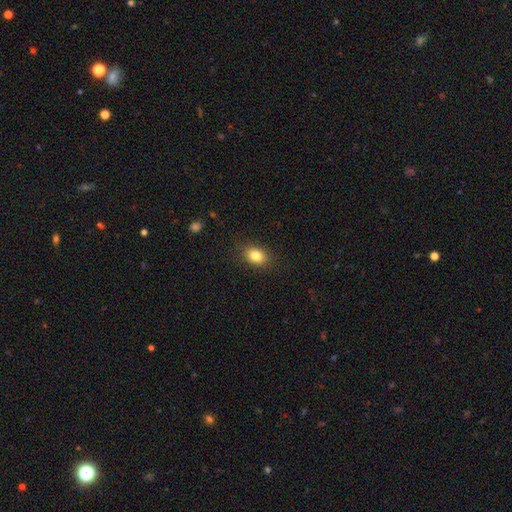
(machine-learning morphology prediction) Smooth or featured? Predicted: smooth (p=0.83). How rounded? Predicted: in between (p=0.69). Merging? Predicted: none (p=0.87).